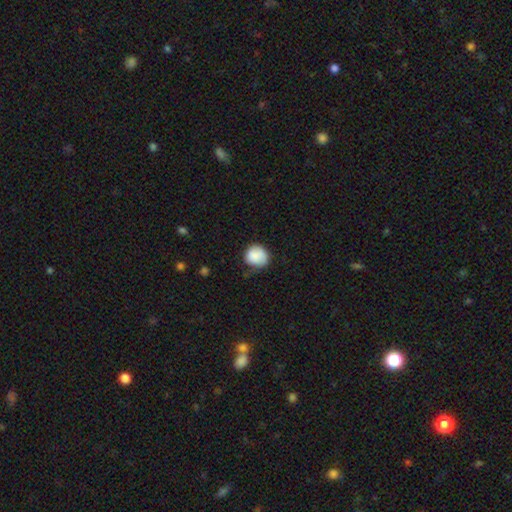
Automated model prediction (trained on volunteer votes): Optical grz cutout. It shows a smooth galaxy with no disk features (86%) that is round (82%). Merging: none (58%).